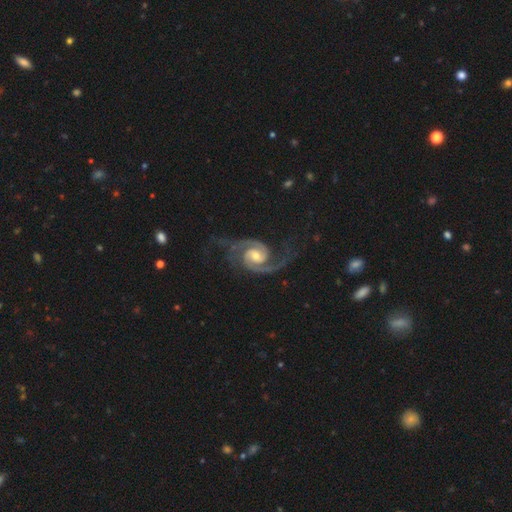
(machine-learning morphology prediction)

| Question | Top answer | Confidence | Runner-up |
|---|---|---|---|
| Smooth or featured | featured or disk | 94% | star or artifact (4%) |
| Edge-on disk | no | 98% | yes (2%) |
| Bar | no | 50% | weak (38%) |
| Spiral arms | yes | 99% | no (1%) |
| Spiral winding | medium | 57% | tight (28%) |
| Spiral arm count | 2 | 93% | 3 (2%) |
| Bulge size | moderate | 59% | small (34%) |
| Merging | none | 72% | minor disturbance (16%) |